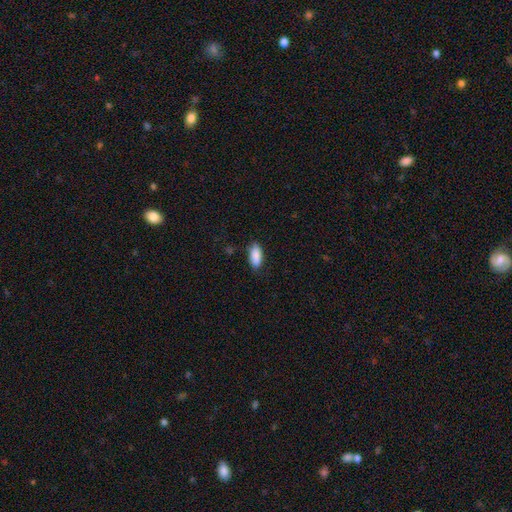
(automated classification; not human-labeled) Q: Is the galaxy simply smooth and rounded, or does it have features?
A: smooth — 89%.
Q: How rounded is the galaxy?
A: in between — 86%.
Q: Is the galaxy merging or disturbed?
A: none — 81%.